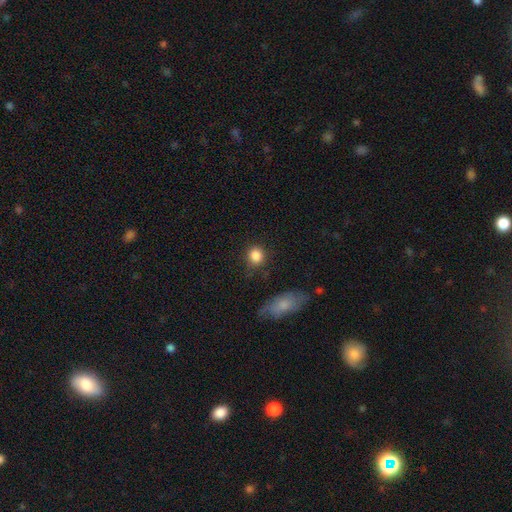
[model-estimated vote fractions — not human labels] Q: Smooth or featured?
A: smooth (86%); runner-up: star or artifact (9%)
Q: How rounded?
A: round (83%); runner-up: in between (16%)
Q: Merging?
A: none (79%); runner-up: minor disturbance (13%)